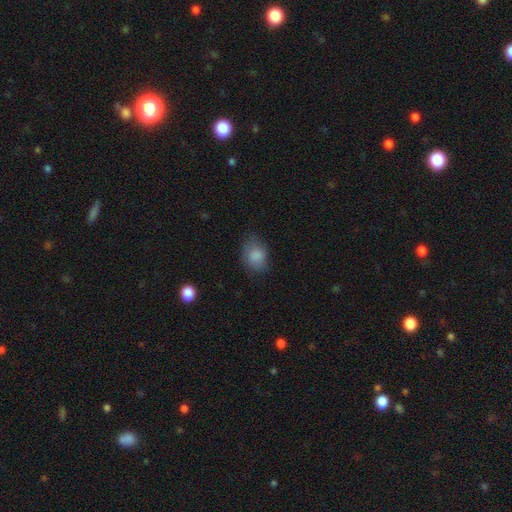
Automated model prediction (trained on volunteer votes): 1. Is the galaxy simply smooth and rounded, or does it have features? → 85% smooth, 8% star or artifact, 7% featured or disk.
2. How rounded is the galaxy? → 64% in between, 35% round, 1% cigar-shaped.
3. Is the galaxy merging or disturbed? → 66% none, 25% minor disturbance, 8% major disturbance, 1% merger.